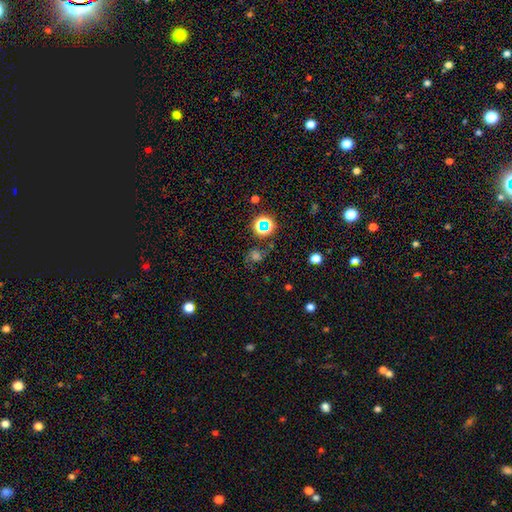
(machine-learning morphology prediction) A star or artifact, not a galaxy (48%).